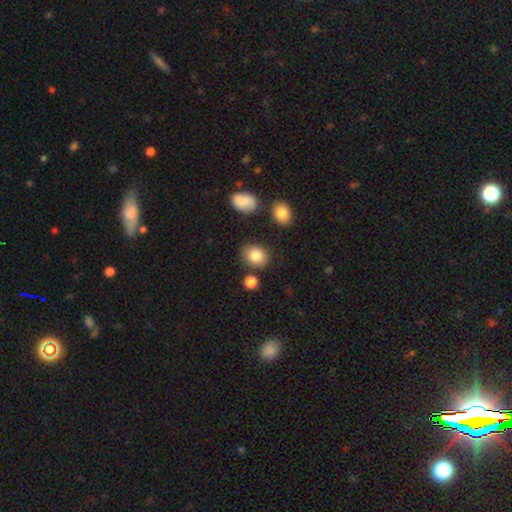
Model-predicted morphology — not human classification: smooth 84%, star or artifact 9%, featured or disk 7%. Down the decision tree: how rounded — round (59%); merging — none (80%).